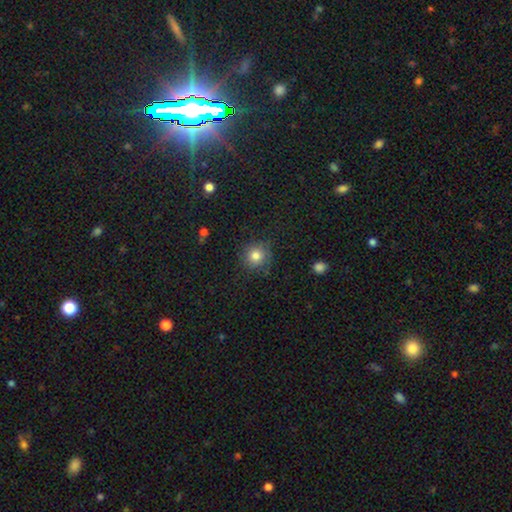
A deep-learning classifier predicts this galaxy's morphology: smooth 80%, star or artifact 13%, featured or disk 7%. Down the decision tree: how rounded — round (92%); merging — none (82%).